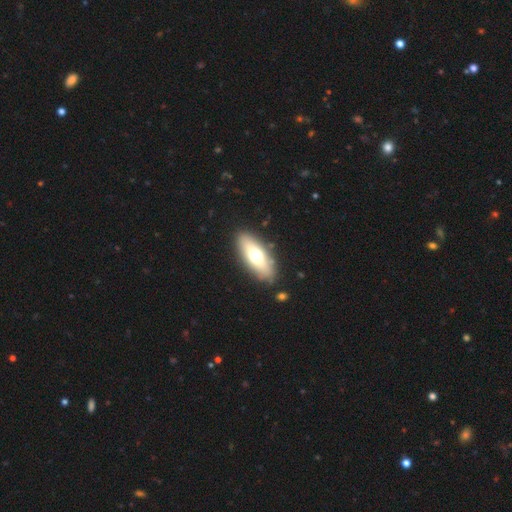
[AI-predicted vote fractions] Smooth or featured? smooth (60%)
How rounded? in between (69%)
Merging? none (86%)